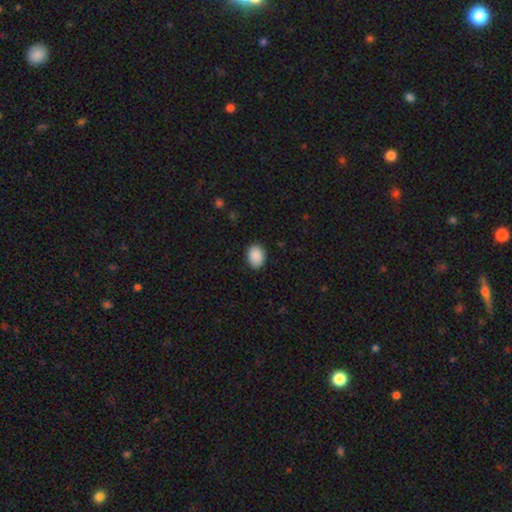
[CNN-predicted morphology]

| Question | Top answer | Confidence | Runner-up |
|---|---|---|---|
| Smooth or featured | smooth | 90% | star or artifact (7%) |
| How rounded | in between | 67% | round (32%) |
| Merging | none | 87% | minor disturbance (10%) |